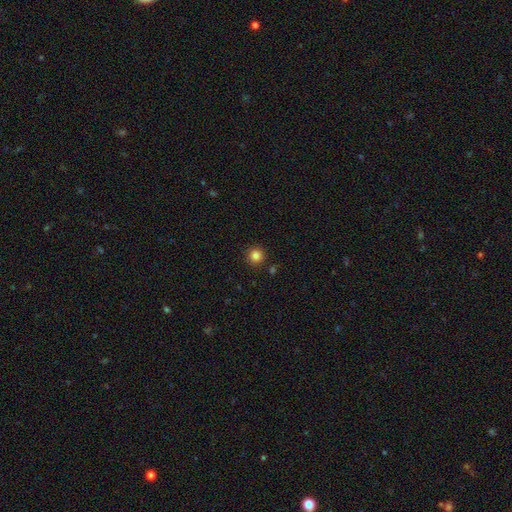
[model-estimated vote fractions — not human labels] This is clearly a smooth galaxy (84%). How rounded: clearly round (95%). Merging: clearly none (90%).